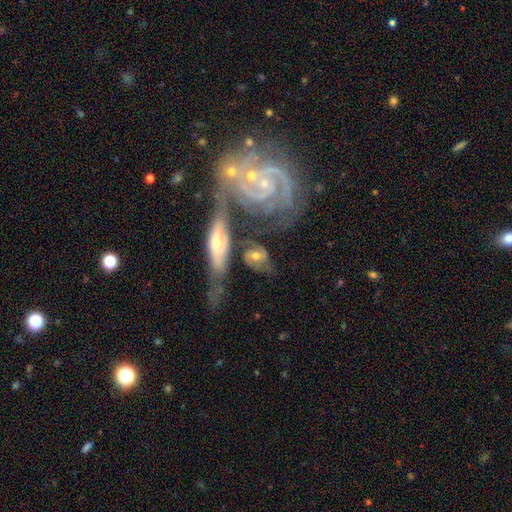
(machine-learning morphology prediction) smooth-or-featured: featured or disk: 61% | smooth: 31% | star or artifact: 8%
  disk-edge-on: no: 84% | yes: 16%
    bar: no: 53% | weak: 35% | strong: 12%
    has-spiral-arms: yes: 79% | no: 21%
    bulge-size: moderate: 55% | small: 33% | large: 6% | none: 4% | dominant: 2%
  merging: none: 42% | merger: 26% | minor disturbance: 19% | major disturbance: 13%